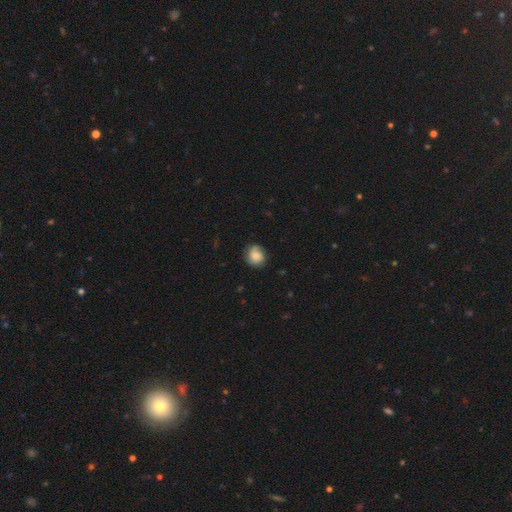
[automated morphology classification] Overall: smooth (59%; featured or disk 33%). How rounded: round (81%). Merging: none (74%).